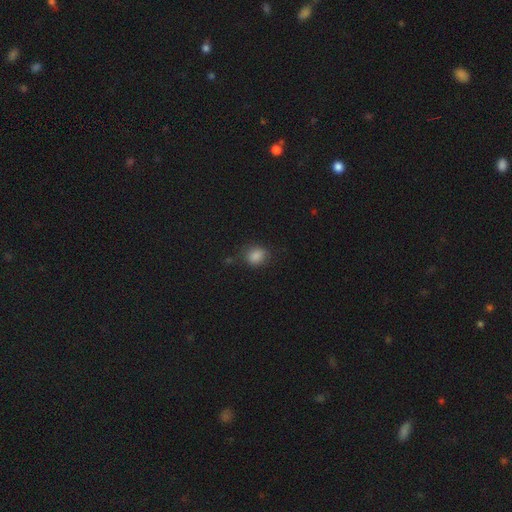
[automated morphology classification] This appears to be a smooth galaxy with no disk features (85%) that is round (61%). Merging: none (74%).